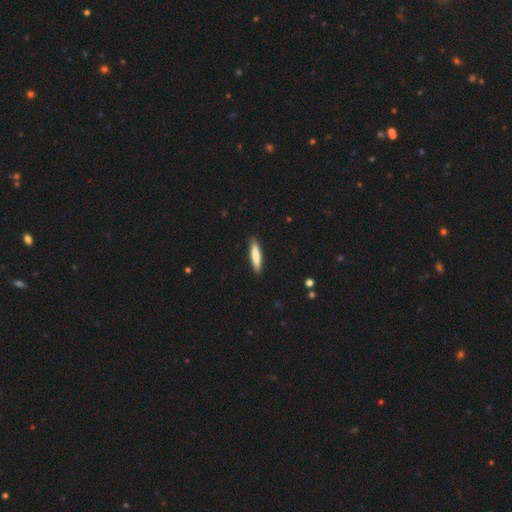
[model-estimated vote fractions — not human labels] This appears to be a smooth galaxy with no disk features (80%) that is cigar-shaped (83%). Merging: none (89%).